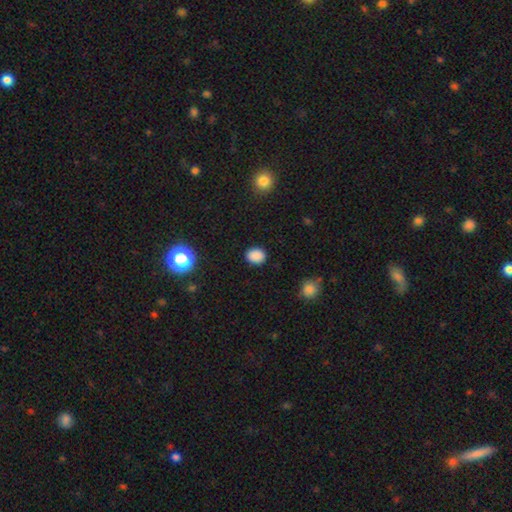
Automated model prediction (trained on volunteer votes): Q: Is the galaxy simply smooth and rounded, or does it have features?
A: smooth — 86%.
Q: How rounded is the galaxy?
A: round — 52%.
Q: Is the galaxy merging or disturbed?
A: none — 88%.